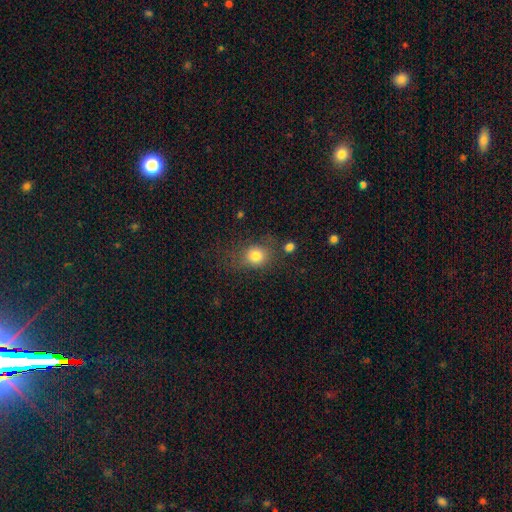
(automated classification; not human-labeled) This appears to be a smooth galaxy with no disk features (79%) that is round (67%). Merging: none (65%).